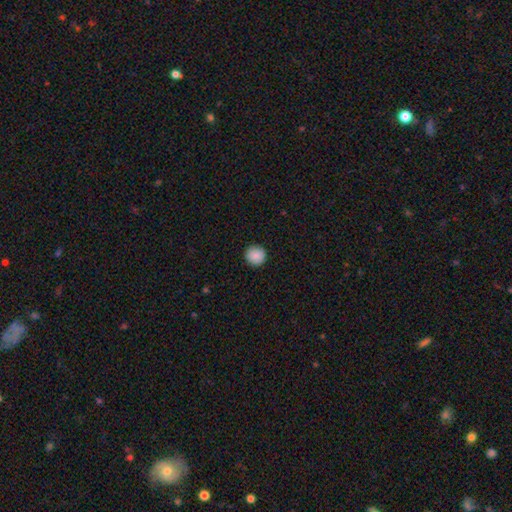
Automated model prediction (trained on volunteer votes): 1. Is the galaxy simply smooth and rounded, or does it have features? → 88% smooth, 8% star or artifact, 3% featured or disk.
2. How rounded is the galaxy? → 94% round, 5% in between, 1% cigar-shaped.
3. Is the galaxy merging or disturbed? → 92% none, 5% minor disturbance, 2% major disturbance, 1% merger.